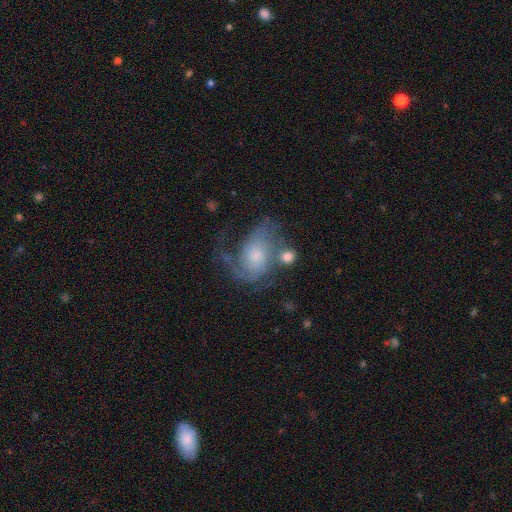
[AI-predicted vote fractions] This appears to be a featured or disk galaxy (74%) with no bar (71%), 2 (54%) medium (44%) spiral arms (90%) and a small central bulge (43%). Merging: none (39%).